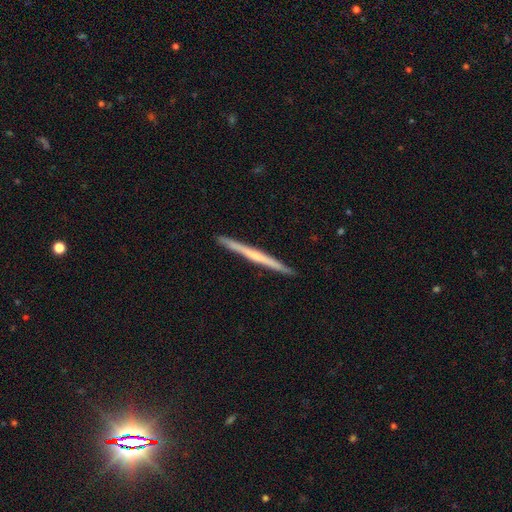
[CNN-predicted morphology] Q: Smooth or featured?
A: featured or disk (56%); runner-up: smooth (38%)
Q: Edge-on disk?
A: yes (98%); runner-up: no (2%)
Q: Edge-on bulge?
A: none (73%); runner-up: rounded (20%)
Q: Merging?
A: none (93%); runner-up: minor disturbance (5%)